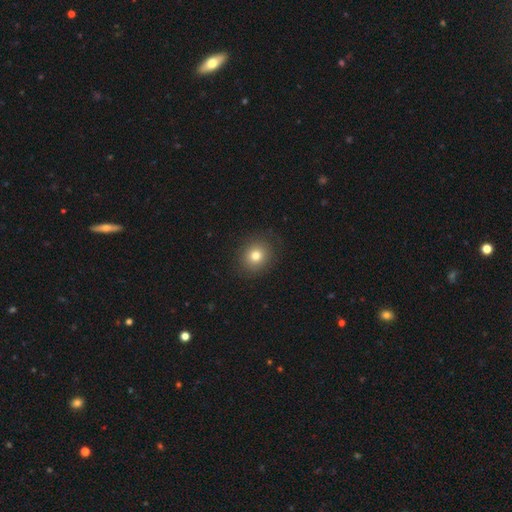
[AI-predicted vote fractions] A smooth galaxy with no disk features (77%) that is round (79%).

Vote fractions:
- Smooth or featured? smooth: 77% / star or artifact: 12% / featured or disk: 10%
- How rounded? round: 79% / in between: 20% / cigar-shaped: 1%
- Merging? none: 87% / minor disturbance: 9% / major disturbance: 3% / merger: 1%